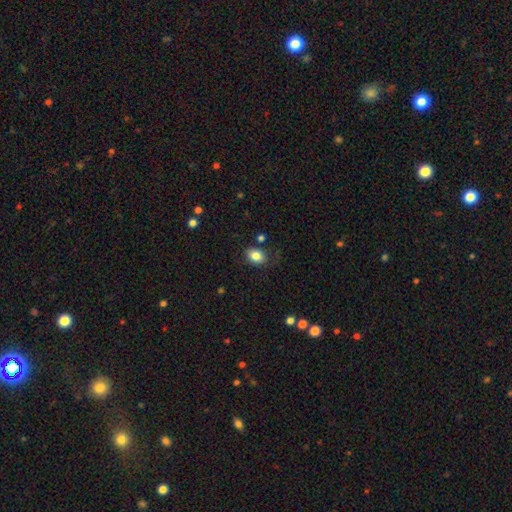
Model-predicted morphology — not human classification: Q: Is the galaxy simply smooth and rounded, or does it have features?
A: smooth — 83%.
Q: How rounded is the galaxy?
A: in between — 69%.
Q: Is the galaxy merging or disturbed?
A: none — 80%.